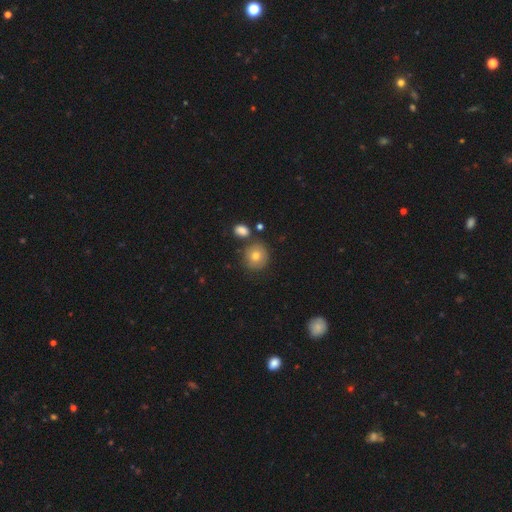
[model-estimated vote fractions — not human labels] A smooth galaxy with no disk features (75%) that is round (87%).

Vote fractions:
- Smooth or featured? smooth: 75% / featured or disk: 14% / star or artifact: 11%
- How rounded? round: 87% / in between: 12% / cigar-shaped: 1%
- Merging? none: 75% / minor disturbance: 12% / merger: 9% / major disturbance: 3%